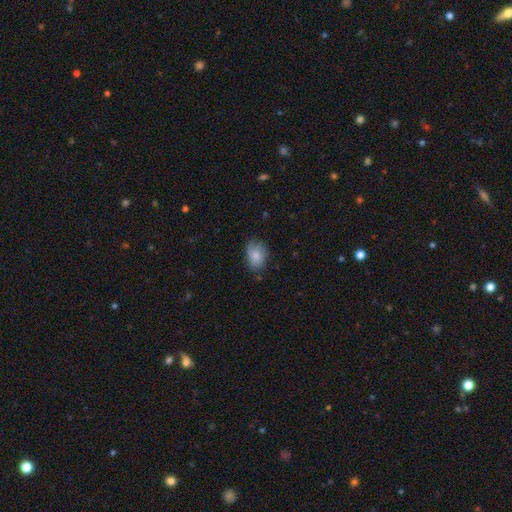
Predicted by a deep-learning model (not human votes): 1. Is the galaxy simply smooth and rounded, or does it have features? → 80% smooth, 12% featured or disk, 8% star or artifact.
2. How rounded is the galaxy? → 74% in between, 24% round, 1% cigar-shaped.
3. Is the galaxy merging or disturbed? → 68% none, 25% minor disturbance, 5% major disturbance, 1% merger.